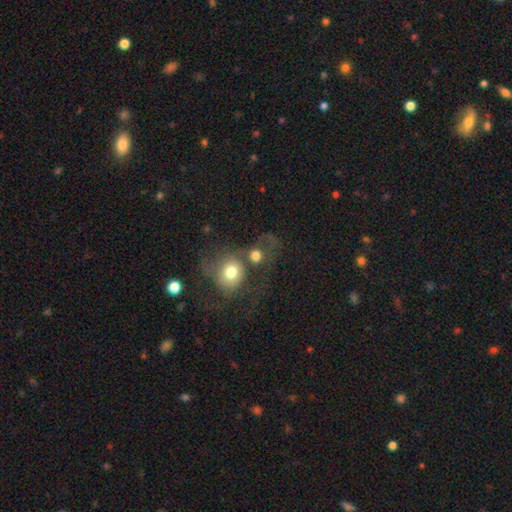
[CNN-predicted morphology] A smooth galaxy with no disk features (70%) that is round (78%).

Vote fractions:
- Smooth or featured? smooth: 70% / featured or disk: 17% / star or artifact: 13%
- How rounded? round: 78% / in between: 21% / cigar-shaped: 1%
- Merging? merger: 44% / none: 29% / major disturbance: 17% / minor disturbance: 10%